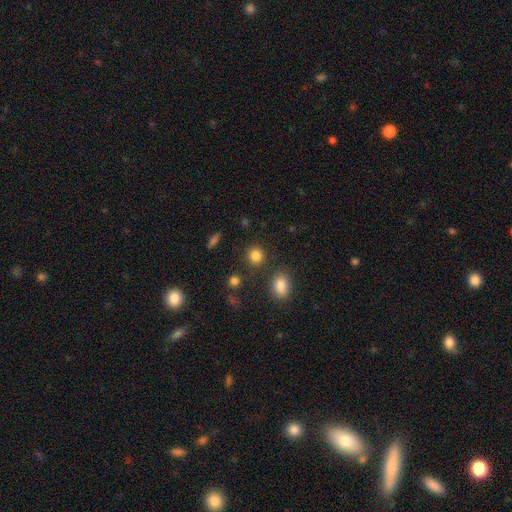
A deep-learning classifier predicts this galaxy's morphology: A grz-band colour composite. It shows a smooth galaxy with no disk features (84%) that is round (87%). Merging: none (83%).